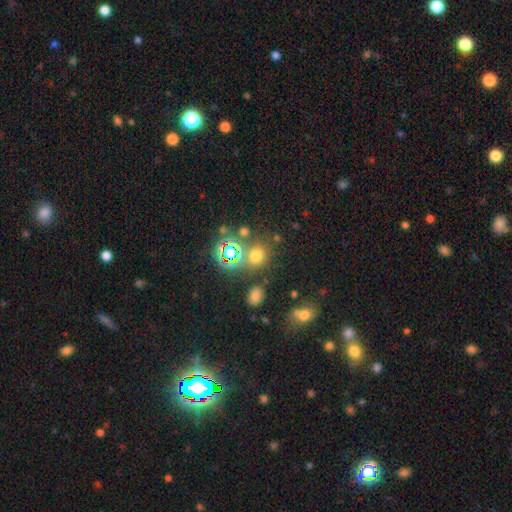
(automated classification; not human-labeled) Morphology: type=smooth (61%); roundness=round (70%); merging=none (71%).